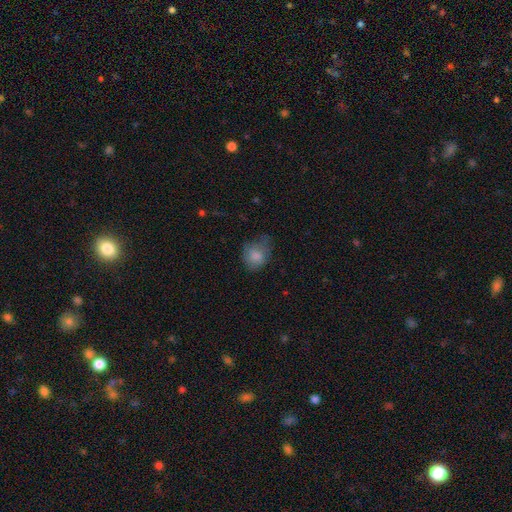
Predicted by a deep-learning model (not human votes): Morphology: type=smooth (78%); roundness=round (61%); merging=none (47%).